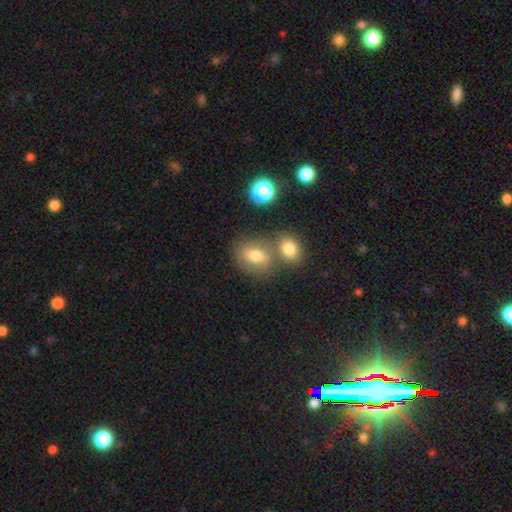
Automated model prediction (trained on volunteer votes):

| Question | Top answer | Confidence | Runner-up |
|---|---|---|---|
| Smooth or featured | smooth | 70% | featured or disk (16%) |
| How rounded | in between | 65% | round (32%) |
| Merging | none | 53% | merger (31%) |